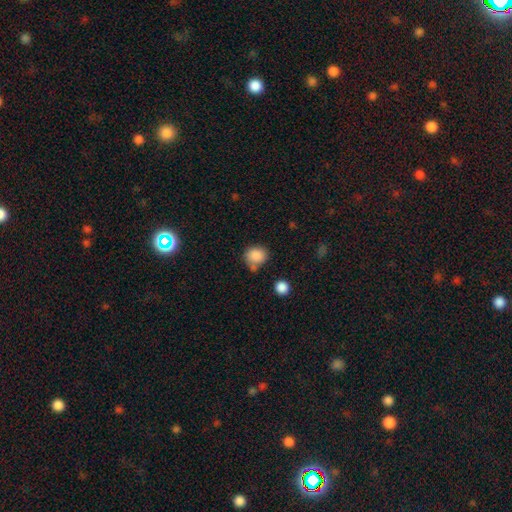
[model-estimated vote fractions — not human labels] smooth_or_featured: smooth (p=0.86) [alt: star or artifact p=0.09]
how_rounded: round (p=0.76) [alt: in between p=0.23]
merging: none (p=0.66) [alt: minor disturbance p=0.16]